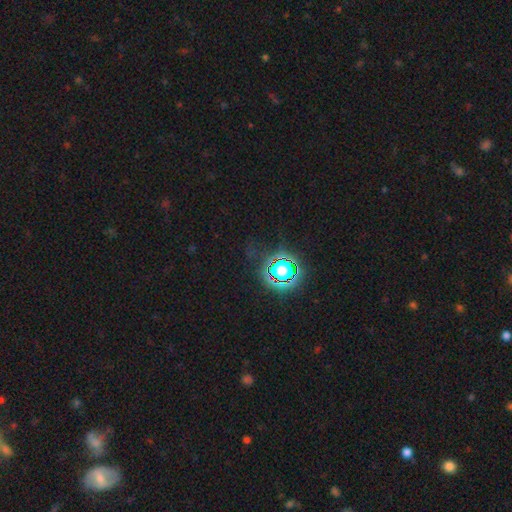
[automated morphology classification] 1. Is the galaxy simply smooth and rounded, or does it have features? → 81% star or artifact, 12% smooth, 7% featured or disk.